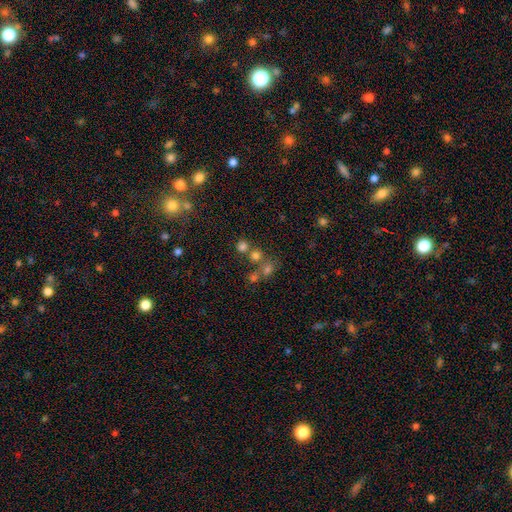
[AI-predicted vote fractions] Morphology: type=smooth (64%); roundness=round (87%); merging=none (58%).